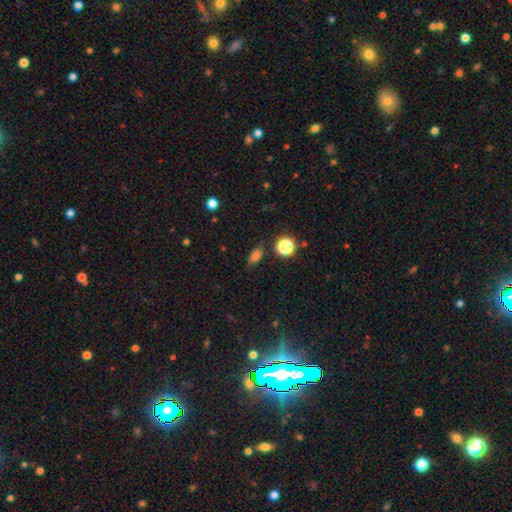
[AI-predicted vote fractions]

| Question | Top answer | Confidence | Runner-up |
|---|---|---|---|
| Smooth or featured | smooth | 70% | star or artifact (21%) |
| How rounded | in between | 75% | round (20%) |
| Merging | none | 76% | minor disturbance (17%) |